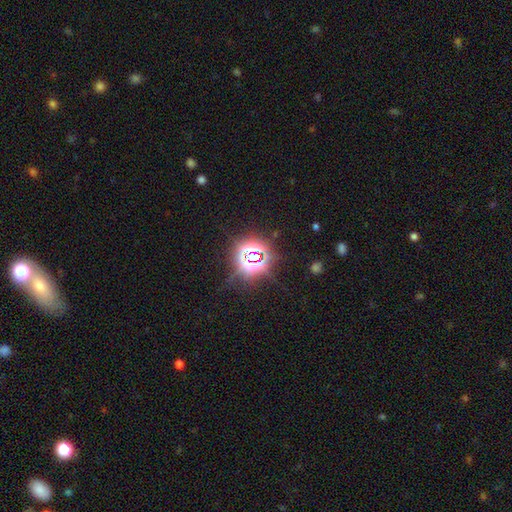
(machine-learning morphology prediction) type=star or artifact (79%).